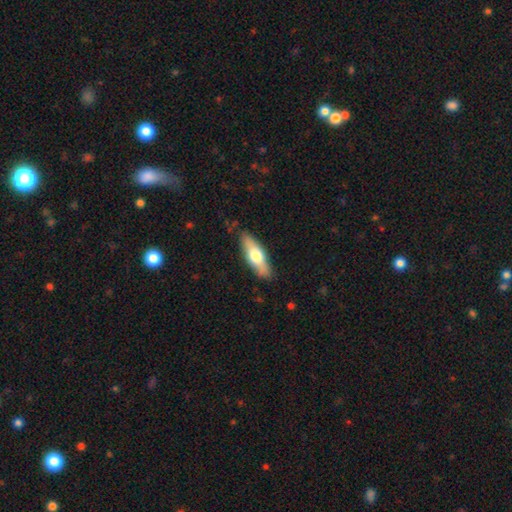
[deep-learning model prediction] Smooth or featured? smooth (58%)
How rounded? in between (53%)
Merging? none (85%)